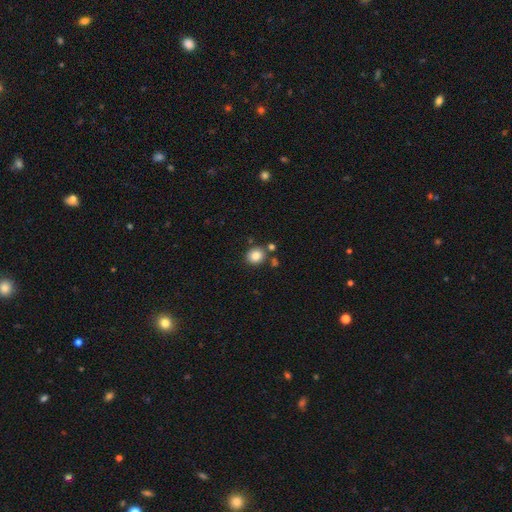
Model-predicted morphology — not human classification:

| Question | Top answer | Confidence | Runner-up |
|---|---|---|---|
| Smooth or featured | smooth | 84% | star or artifact (10%) |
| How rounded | round | 79% | in between (20%) |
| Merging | none | 79% | merger (10%) |